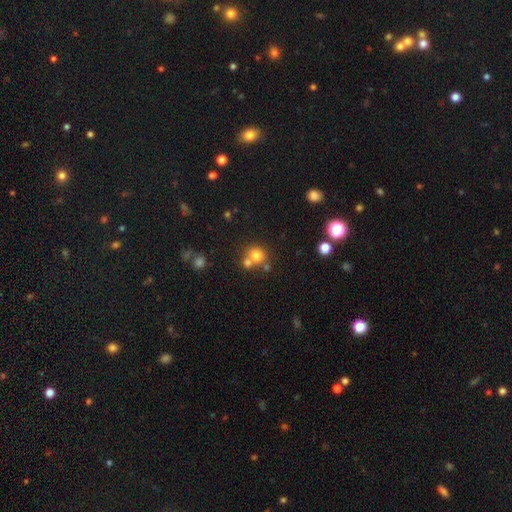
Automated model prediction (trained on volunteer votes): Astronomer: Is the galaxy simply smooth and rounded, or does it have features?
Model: smooth — 75%.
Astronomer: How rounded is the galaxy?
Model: round — 85%.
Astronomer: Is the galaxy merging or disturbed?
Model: none — 53% (runner-up: merger, 36%).